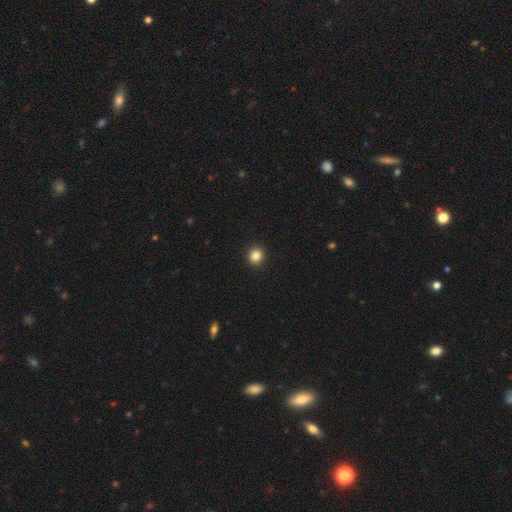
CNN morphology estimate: A smooth galaxy with no disk features (85%) that is round (92%).

Vote fractions:
- Smooth or featured? smooth: 85% / star or artifact: 11% / featured or disk: 4%
- How rounded? round: 92% / in between: 8% / cigar-shaped: 1%
- Merging? none: 94% / minor disturbance: 4% / major disturbance: 1% / merger: 1%